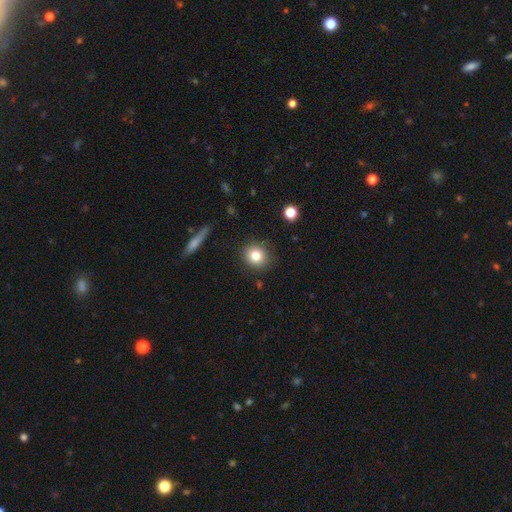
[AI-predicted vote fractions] Smooth or featured: smooth — 81% (star or artifact — 10%)
How rounded: round — 86% (in between — 13%)
Merging: none — 87% (minor disturbance — 9%)